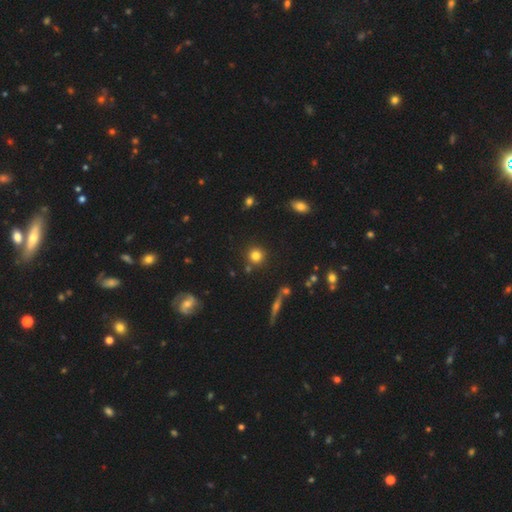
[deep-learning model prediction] Smooth or featured?
  - smooth: 80% *
  - star or artifact: 13%
  - featured or disk: 7%
How rounded?
  - round: 93% *
  - in between: 6%
  - cigar-shaped: 1%
Merging?
  - none: 85% *
  - minor disturbance: 7%
  - merger: 6%
  - major disturbance: 2%